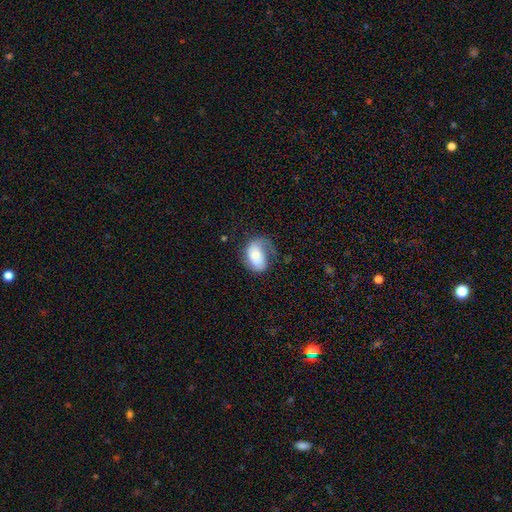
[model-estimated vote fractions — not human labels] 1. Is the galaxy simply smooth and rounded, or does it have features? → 66% smooth, 27% featured or disk, 7% star or artifact.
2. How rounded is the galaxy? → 89% in between, 9% round, 1% cigar-shaped.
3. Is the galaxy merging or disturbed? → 36% none, 31% minor disturbance, 30% major disturbance, 3% merger.